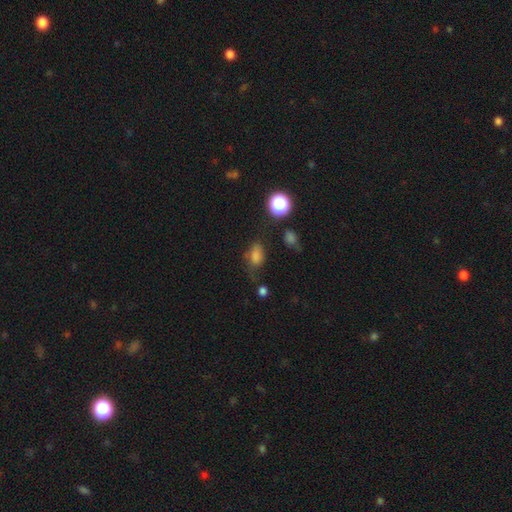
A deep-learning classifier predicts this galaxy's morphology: Smooth or featured? Predicted: smooth (p=0.70). How rounded? Predicted: in between (p=0.75). Merging? Predicted: none (p=0.55).